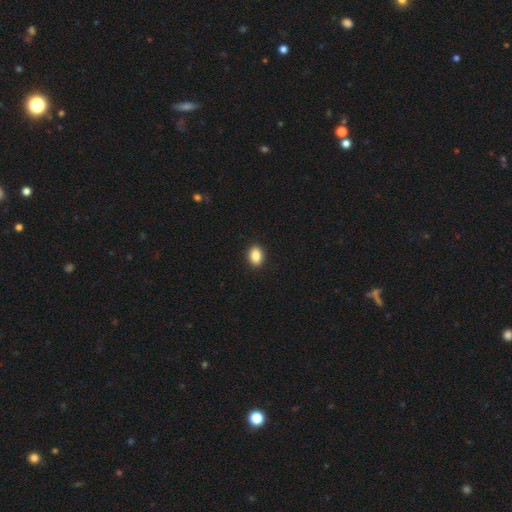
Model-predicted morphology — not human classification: smooth-or-featured: smooth: 88% | star or artifact: 8% | featured or disk: 4%
  how-rounded: in between: 76% | round: 23% | cigar-shaped: 2%
  merging: none: 91% | minor disturbance: 6% | major disturbance: 2% | merger: 1%